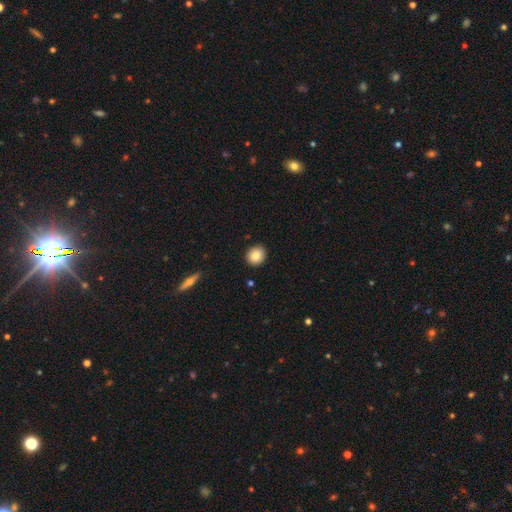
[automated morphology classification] Smooth or featured: smooth — 87% (star or artifact — 8%)
How rounded: round — 85% (in between — 14%)
Merging: none — 90% (minor disturbance — 7%)